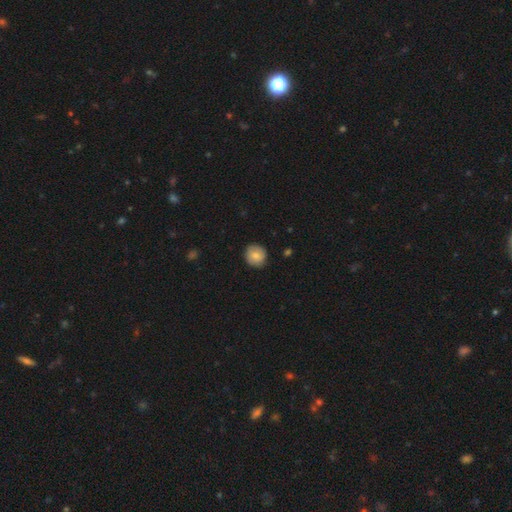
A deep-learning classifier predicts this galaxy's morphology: This appears to be a smooth galaxy with no disk features (79%) that is round (89%). Merging: none (87%).